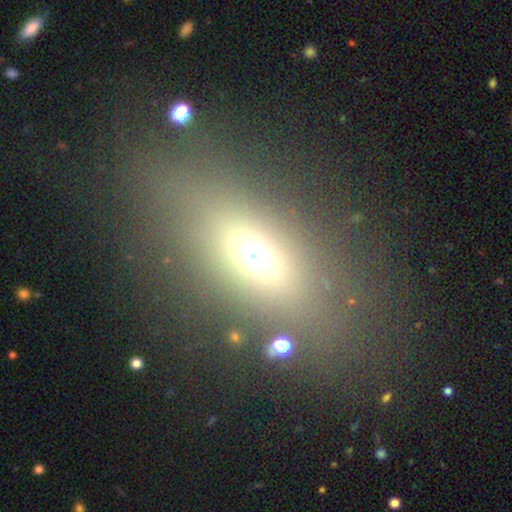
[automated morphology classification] The model was most divided on "smooth or featured": smooth: 61%, star or artifact: 20%, featured or disk: 18%. More confident: merging — none (75%); how rounded — in between (72%).